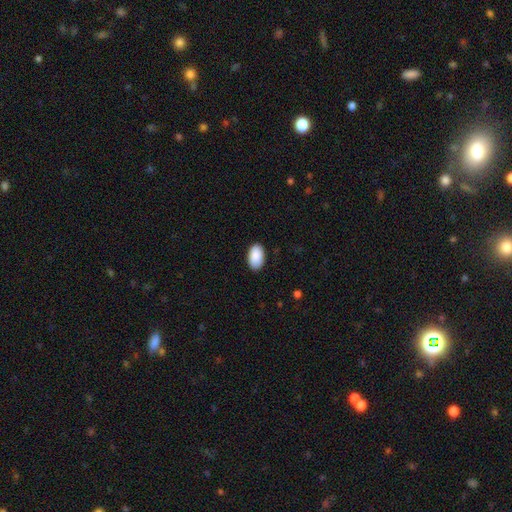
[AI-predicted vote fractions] This is clearly a smooth galaxy (91%). How rounded: clearly in between (95%). Merging: clearly none (87%).